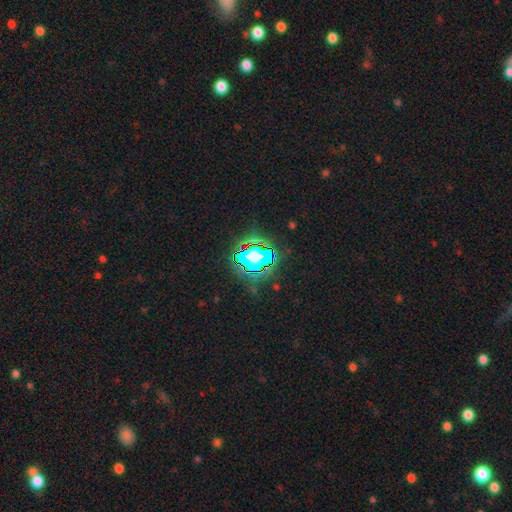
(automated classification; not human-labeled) The model was most divided on "smooth or featured": star or artifact: 60%, smooth: 26%, featured or disk: 14%.